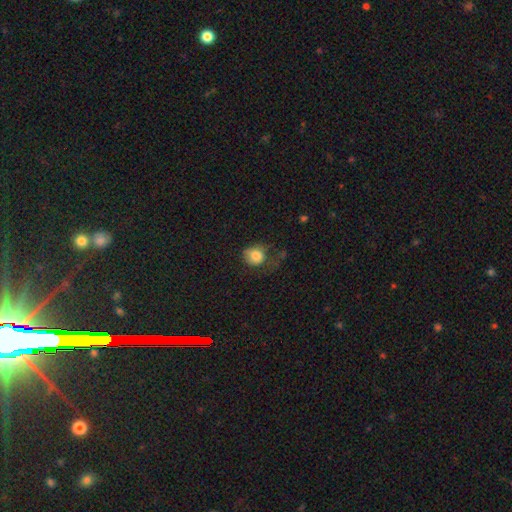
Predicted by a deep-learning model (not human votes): A smooth galaxy with no disk features (81%) that is round (73%). Merging: none (41%).